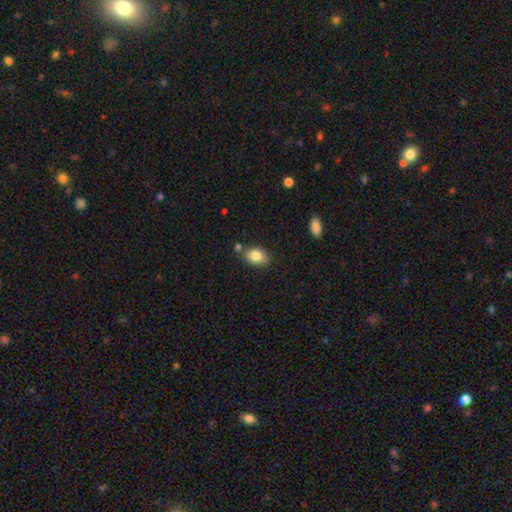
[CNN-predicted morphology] This is clearly a smooth galaxy (84%). How rounded: clearly in between (81%). Merging: likely none (70%).